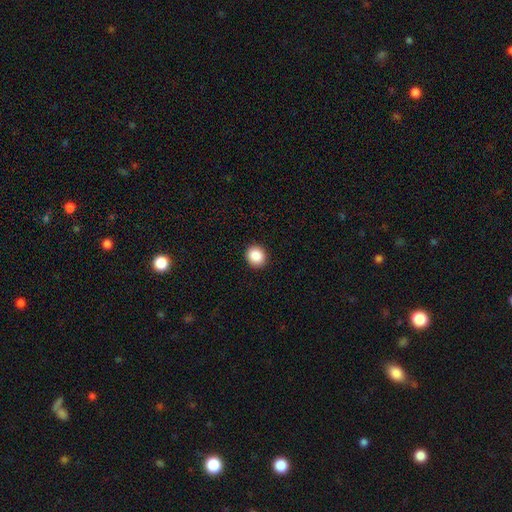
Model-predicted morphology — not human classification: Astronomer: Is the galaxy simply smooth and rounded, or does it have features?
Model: smooth — 89%.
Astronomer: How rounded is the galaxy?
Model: round — 81%.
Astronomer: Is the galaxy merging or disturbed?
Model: none — 92%.